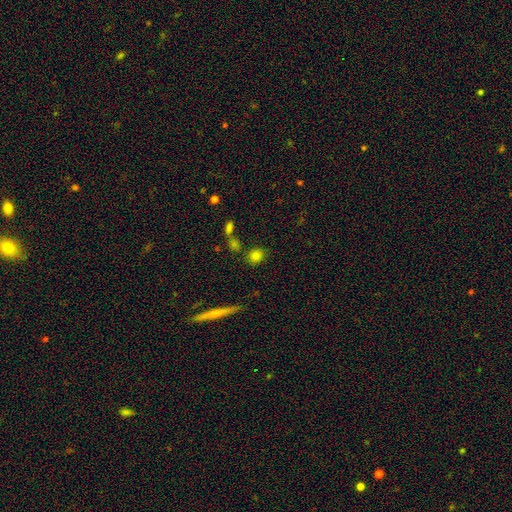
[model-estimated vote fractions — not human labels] Q: Smooth or featured?
A: smooth (80%); runner-up: star or artifact (12%)
Q: How rounded?
A: round (73%); runner-up: in between (23%)
Q: Merging?
A: none (79%); runner-up: minor disturbance (10%)